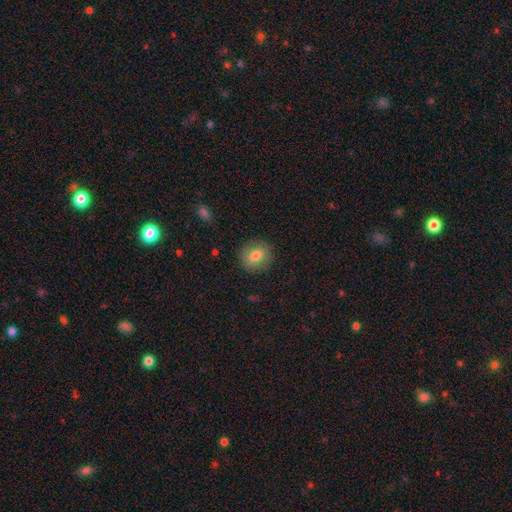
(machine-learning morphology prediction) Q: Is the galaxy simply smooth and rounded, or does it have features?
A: smooth — 76%.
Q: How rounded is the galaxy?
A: round — 82%.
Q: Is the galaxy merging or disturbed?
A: none — 87%.